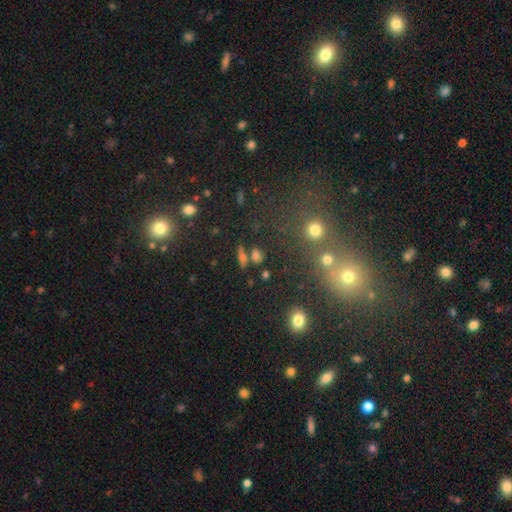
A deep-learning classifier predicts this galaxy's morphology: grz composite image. It shows a smooth galaxy with no disk features (60%) that is in between round and cigar-shaped (55%). Merging: none (67%).